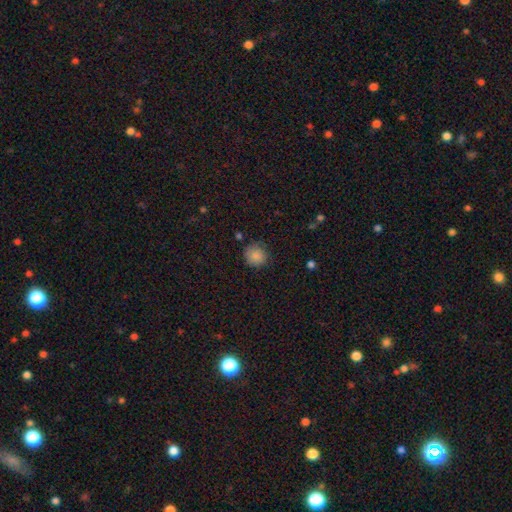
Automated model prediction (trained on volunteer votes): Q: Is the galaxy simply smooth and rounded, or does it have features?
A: smooth — 86%.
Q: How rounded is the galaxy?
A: round — 89%.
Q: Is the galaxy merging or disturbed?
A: none — 80%.